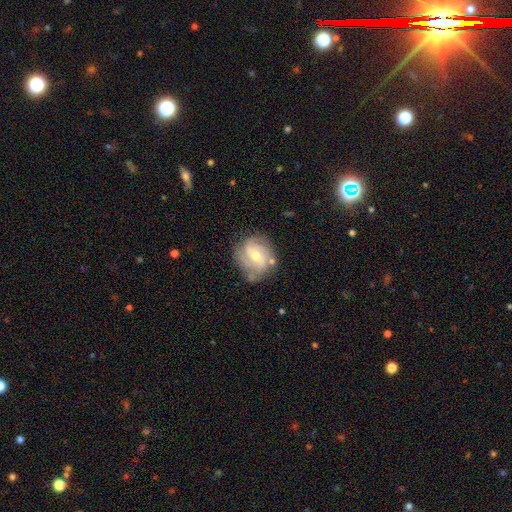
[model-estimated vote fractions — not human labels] Overall: featured or disk (78%). Edge-on disk: no (97%). Bar: weak (51%; no 31%). Spiral arms: yes (93%). Spiral arm count: 2 (37%; 3 33%). Spiral winding: medium (44%; tight 41%). Bulge size: moderate (61%; small 34%). Merging: none (67%).